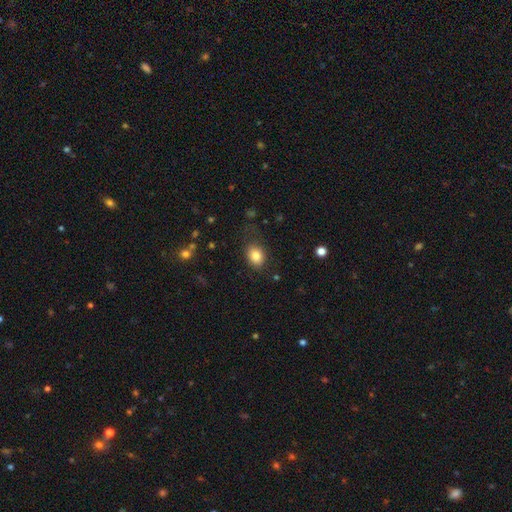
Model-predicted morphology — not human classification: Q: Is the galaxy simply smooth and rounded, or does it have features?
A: smooth — 83%.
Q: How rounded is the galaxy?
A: in between — 60%.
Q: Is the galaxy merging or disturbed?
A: none — 76%.